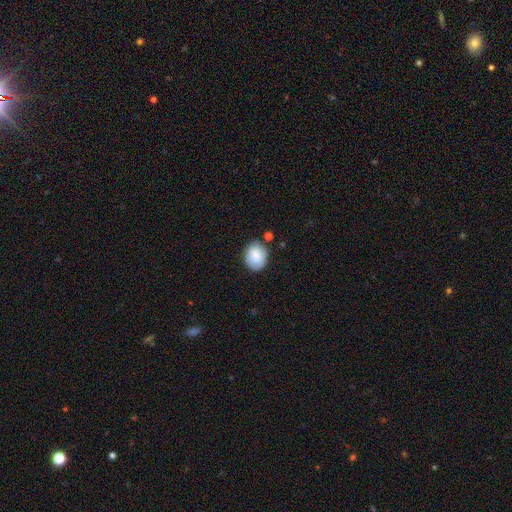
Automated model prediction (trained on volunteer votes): Morphology: type=smooth (82%); roundness=round (50%); merging=none (75%).